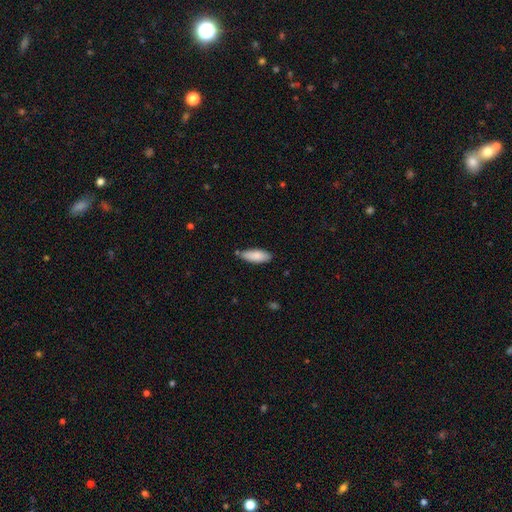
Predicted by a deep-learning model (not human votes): Overall: smooth (86%). How rounded: in between (71%). Merging: none (76%).